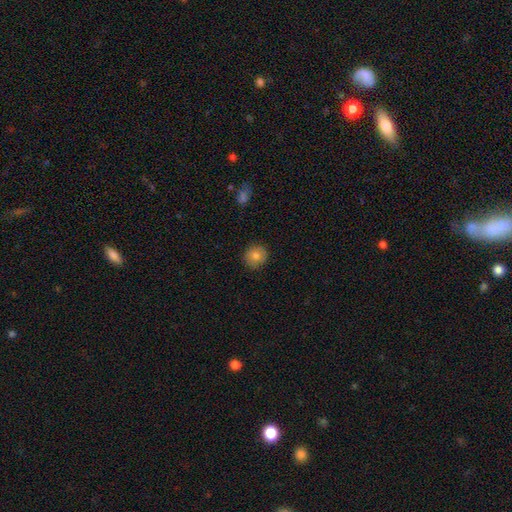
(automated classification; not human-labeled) A smooth galaxy with no disk features (79%) that is round (91%).

Vote fractions:
- Smooth or featured? smooth: 79% / featured or disk: 12% / star or artifact: 9%
- How rounded? round: 91% / in between: 8% / cigar-shaped: 1%
- Merging? none: 88% / minor disturbance: 9% / major disturbance: 2% / merger: 1%